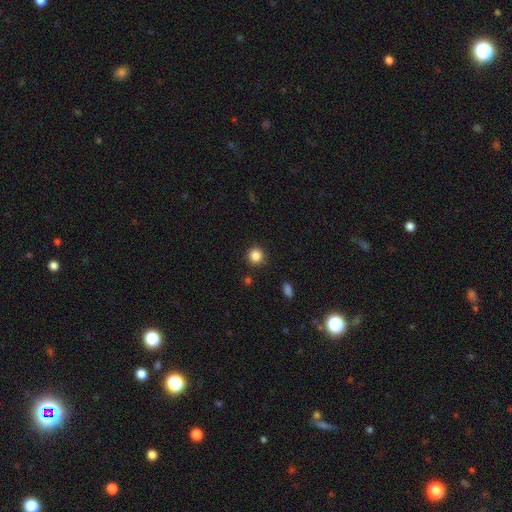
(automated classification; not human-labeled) Overall: smooth (85%). How rounded: round (93%). Merging: none (90%).